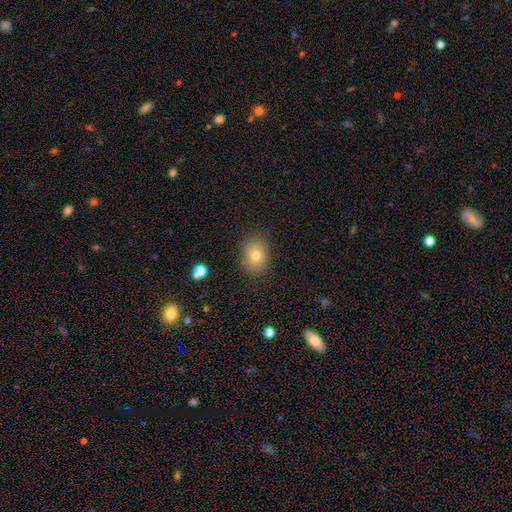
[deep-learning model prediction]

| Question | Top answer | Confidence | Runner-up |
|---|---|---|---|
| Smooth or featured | smooth | 75% | star or artifact (12%) |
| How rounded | in between | 57% | round (42%) |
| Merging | none | 83% | minor disturbance (12%) |